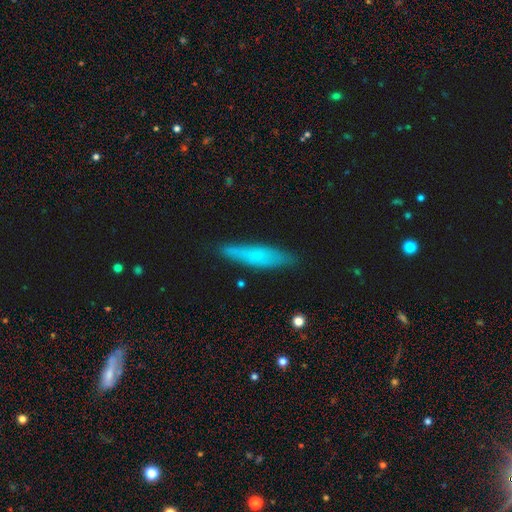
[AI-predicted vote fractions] Morphology: type=smooth (67%); roundness=cigar-shaped (82%); merging=none (82%).